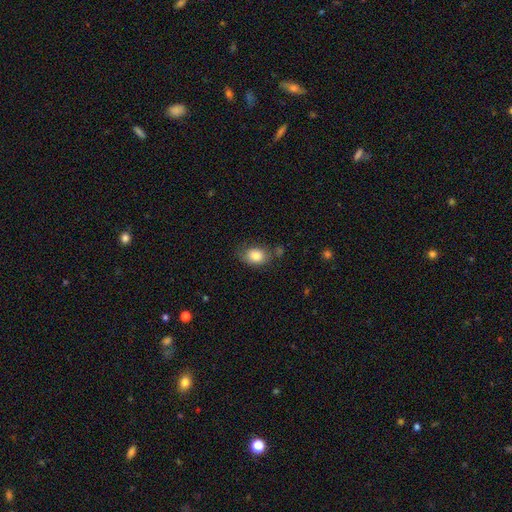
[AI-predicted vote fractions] smooth 83%, featured or disk 9%, star or artifact 8%. Down the decision tree: how rounded — in between (72%); merging — none (65%).